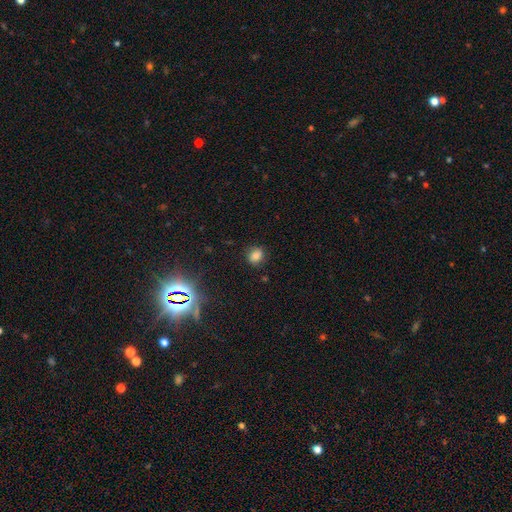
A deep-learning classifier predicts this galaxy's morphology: smooth_or_featured: smooth (p=0.78) [alt: star or artifact p=0.16]
how_rounded: round (p=0.72) [alt: in between p=0.27]
merging: none (p=0.83) [alt: minor disturbance p=0.12]